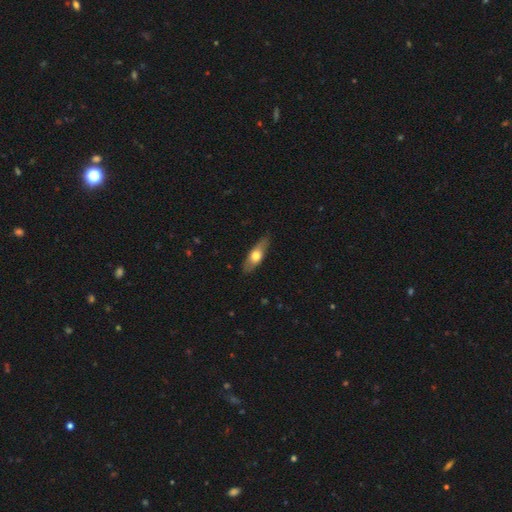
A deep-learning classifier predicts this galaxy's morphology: Smooth or featured? smooth (58%)
How rounded? in between (55%)
Merging? none (83%)